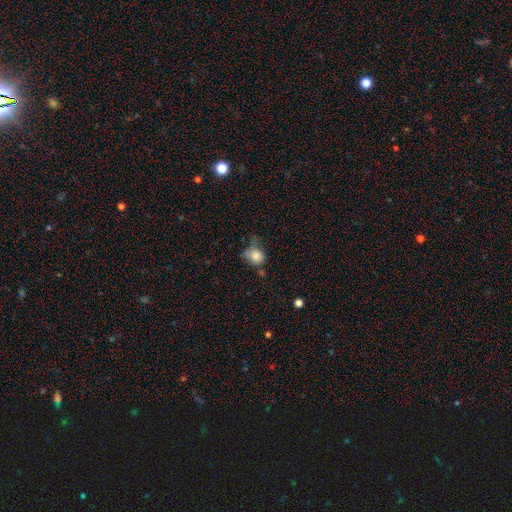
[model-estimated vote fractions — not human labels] Morphology: type=smooth (79%); roundness=round (70%); merging=none (43%).